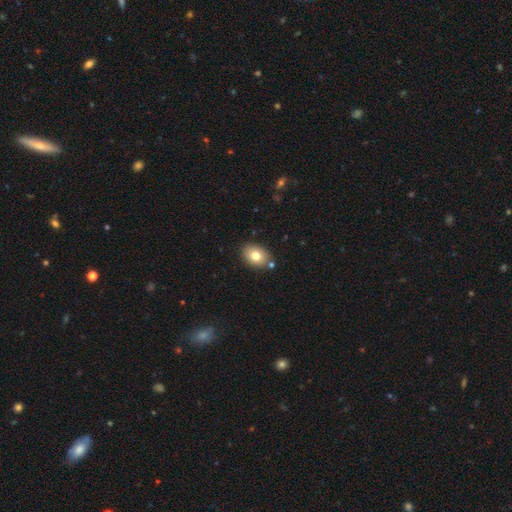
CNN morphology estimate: This appears to be a smooth galaxy with no disk features (78%) that is in between round and cigar-shaped (72%). Merging: none (82%).